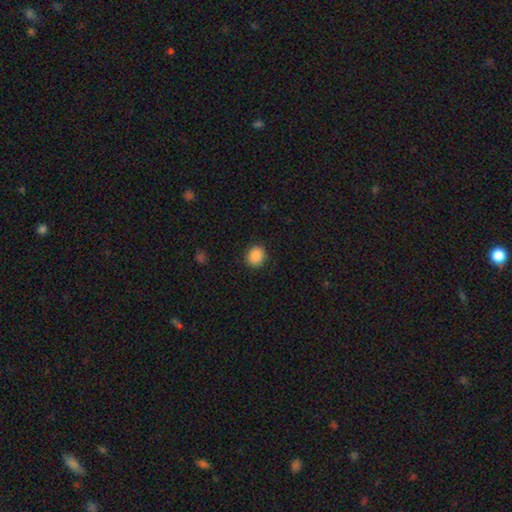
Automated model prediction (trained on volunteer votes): Smooth or featured? smooth (88%)
How rounded? round (72%)
Merging? none (89%)